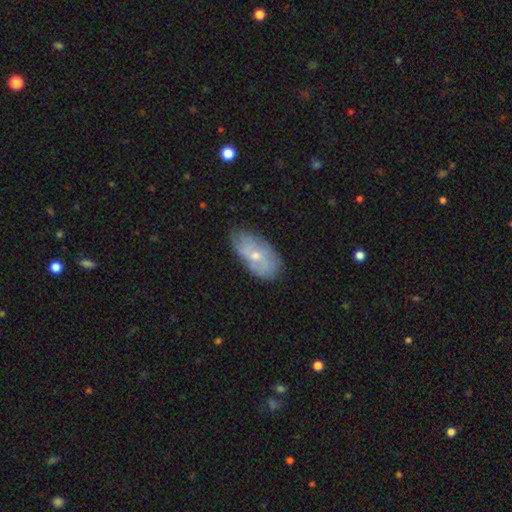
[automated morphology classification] A featured or disk galaxy (51%).

Vote fractions:
- Smooth or featured? featured or disk: 51% / smooth: 42% / star or artifact: 7%
- Edge-on disk? no: 91% / yes: 9%
- Merging? none: 64% / minor disturbance: 27% / major disturbance: 7% / merger: 2%